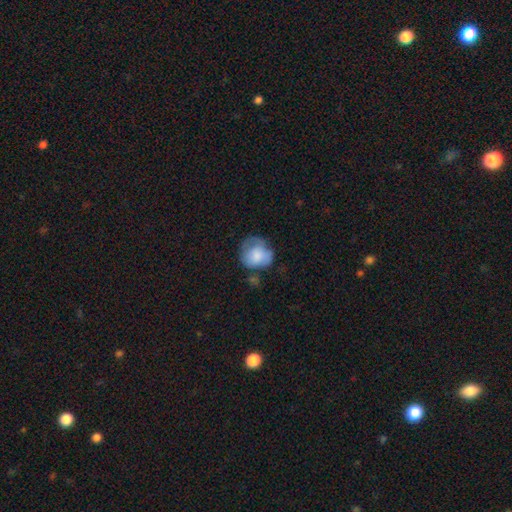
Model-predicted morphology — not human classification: Smooth or featured? smooth (70%)
How rounded? round (73%)
Merging? none (40%)